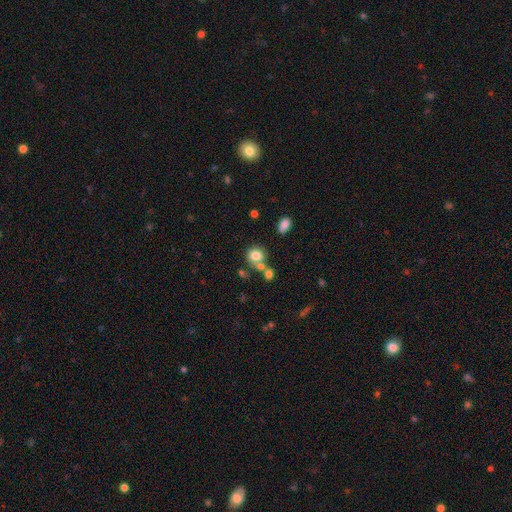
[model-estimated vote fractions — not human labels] Morphology: type=smooth (78%); roundness=round (76%); merging=none (55%).